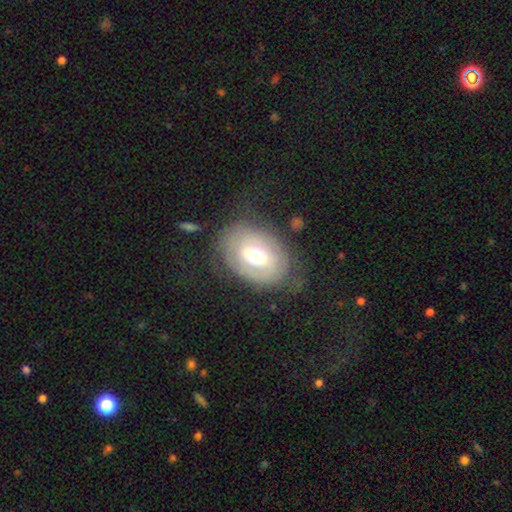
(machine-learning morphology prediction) Q: Smooth or featured?
A: featured or disk (51%); runner-up: smooth (40%)
Q: Edge-on disk?
A: no (93%); runner-up: yes (7%)
Q: Merging?
A: none (63%); runner-up: minor disturbance (20%)